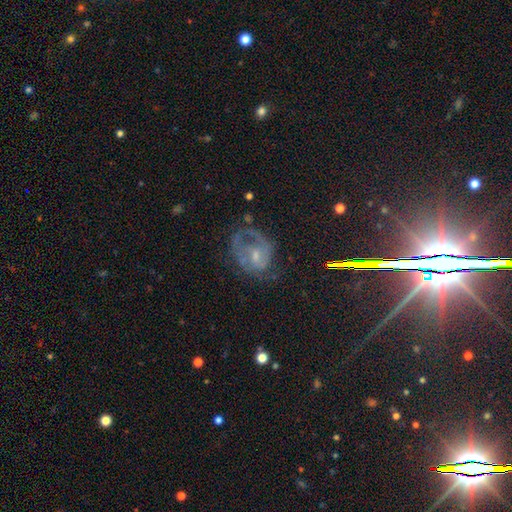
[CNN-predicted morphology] This appears to be a featured or disk galaxy (68%) with no bar (53%), spiral arms (70%) and a small central bulge (51%). Merging: none (39%).